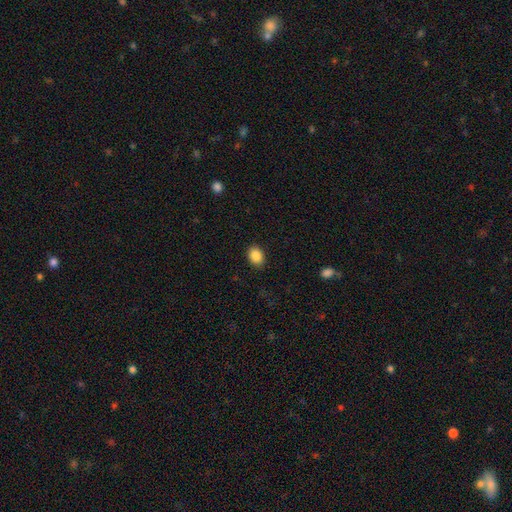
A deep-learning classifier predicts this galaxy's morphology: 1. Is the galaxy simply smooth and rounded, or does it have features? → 88% smooth, 8% star or artifact, 4% featured or disk.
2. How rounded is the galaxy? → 70% in between, 29% round, 1% cigar-shaped.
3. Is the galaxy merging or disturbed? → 89% none, 8% minor disturbance, 2% major disturbance, 1% merger.